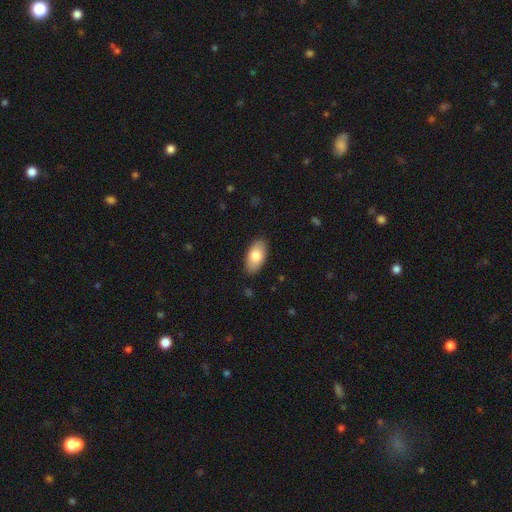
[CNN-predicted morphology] The model was most divided on "smooth or featured": smooth: 80%, featured or disk: 14%, star or artifact: 6%. More confident: how rounded — in between (94%); merging — none (87%).